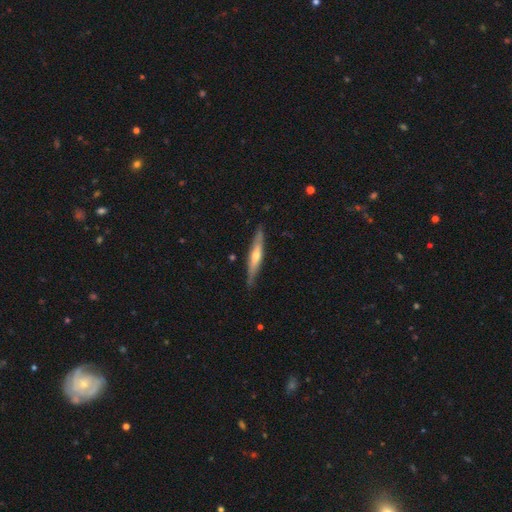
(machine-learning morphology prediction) Smooth or featured: featured or disk — 63% (smooth — 32%)
Edge-on disk: yes — 93% (no — 7%)
Edge-on bulge: rounded — 75% (none — 18%)
Merging: none — 85% (minor disturbance — 12%)